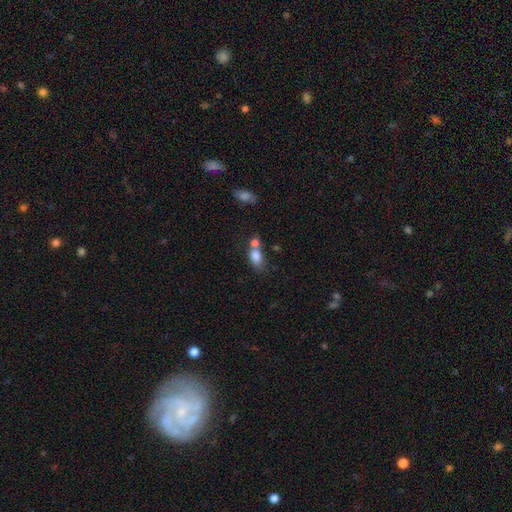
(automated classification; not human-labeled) Overall: smooth (80%). How rounded: in between (78%). Merging: merger (52%; none 32%).